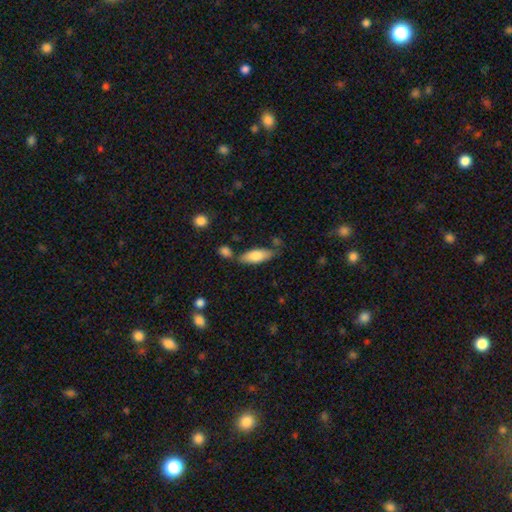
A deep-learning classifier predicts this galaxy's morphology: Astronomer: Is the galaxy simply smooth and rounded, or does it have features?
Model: smooth — 78%.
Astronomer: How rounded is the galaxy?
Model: in between — 74%.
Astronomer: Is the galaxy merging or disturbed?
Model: none — 68%.